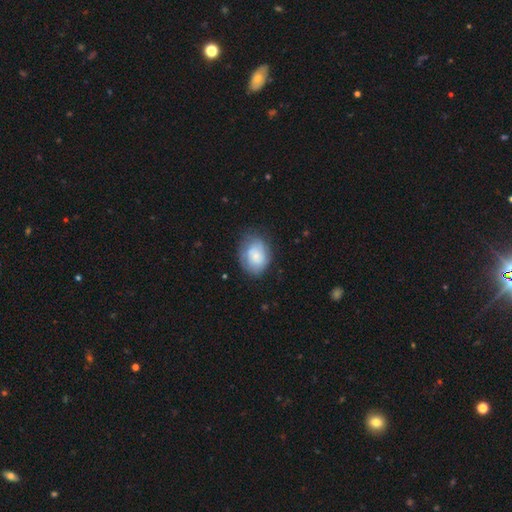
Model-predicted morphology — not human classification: smooth-or-featured: smooth: 63% | featured or disk: 29% | star or artifact: 8%
  how-rounded: in between: 59% | round: 40% | cigar-shaped: 1%
  merging: none: 67% | minor disturbance: 23% | major disturbance: 9% | merger: 2%